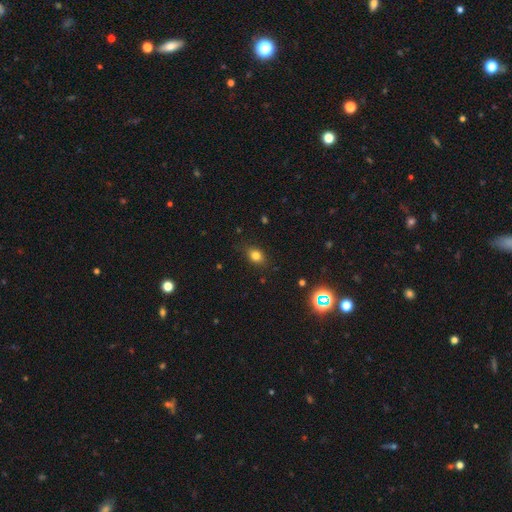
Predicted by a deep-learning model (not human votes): smooth 78%, star or artifact 13%, featured or disk 8%. Down the decision tree: how rounded — in between (64%); merging — none (81%).